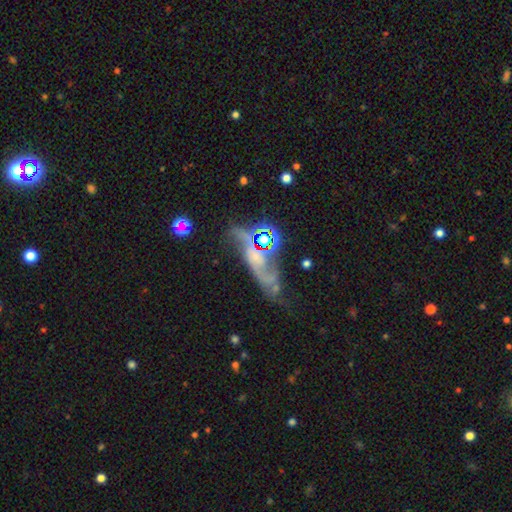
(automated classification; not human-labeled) A featured or disk galaxy (59%) with no bar (62%), spiral arms (78%) and a small central bulge (46%).

Vote fractions:
- Smooth or featured? featured or disk: 59% / star or artifact: 21% / smooth: 20%
- Edge-on disk? no: 85% / yes: 15%
- Bar? no: 62% / weak: 27% / strong: 11%
- Spiral arms? yes: 78% / no: 22%
- Bulge size? small: 46% / moderate: 24% / none: 22% / large: 5% / dominant: 3%
- Merging? none: 41% / major disturbance: 25% / minor disturbance: 21% / merger: 12%